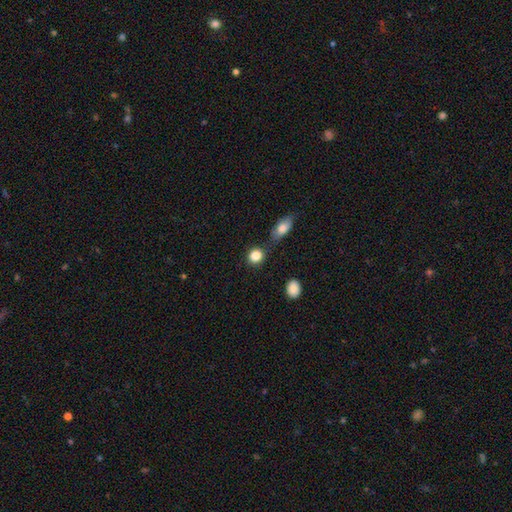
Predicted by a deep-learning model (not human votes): A smooth galaxy with no disk features (86%) that is round (80%).

Vote fractions:
- Smooth or featured? smooth: 86% / star or artifact: 9% / featured or disk: 5%
- How rounded? round: 80% / in between: 18% / cigar-shaped: 1%
- Merging? none: 76% / minor disturbance: 11% / merger: 10% / major disturbance: 3%